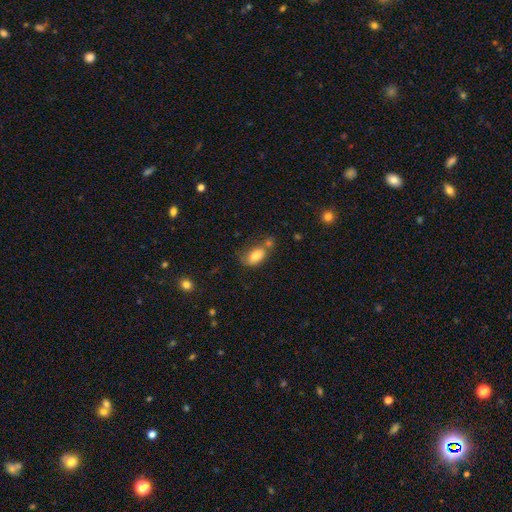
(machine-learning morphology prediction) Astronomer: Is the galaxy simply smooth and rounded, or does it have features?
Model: smooth — 79%.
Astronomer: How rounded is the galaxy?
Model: in between — 90%.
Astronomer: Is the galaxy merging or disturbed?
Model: none — 46% (runner-up: minor disturbance, 23%).